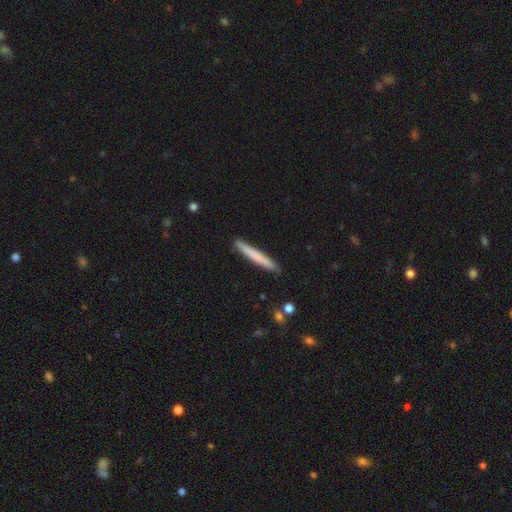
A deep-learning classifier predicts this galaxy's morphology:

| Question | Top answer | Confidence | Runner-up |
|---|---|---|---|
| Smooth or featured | smooth | 71% | featured or disk (23%) |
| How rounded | cigar-shaped | 97% | in between (2%) |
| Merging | none | 90% | minor disturbance (8%) |